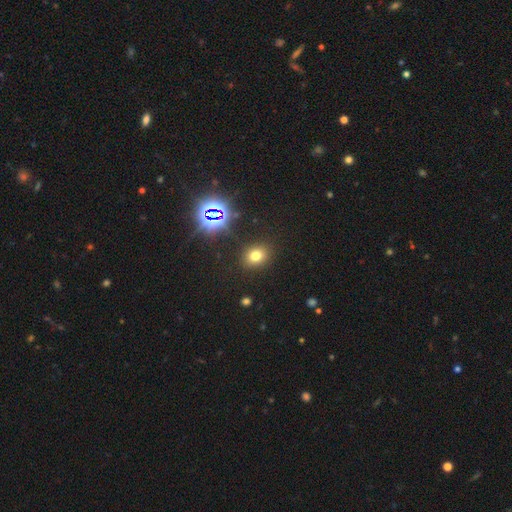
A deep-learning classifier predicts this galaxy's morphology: A smooth galaxy with no disk features (69%) that is round (57%). Merging: none (87%).